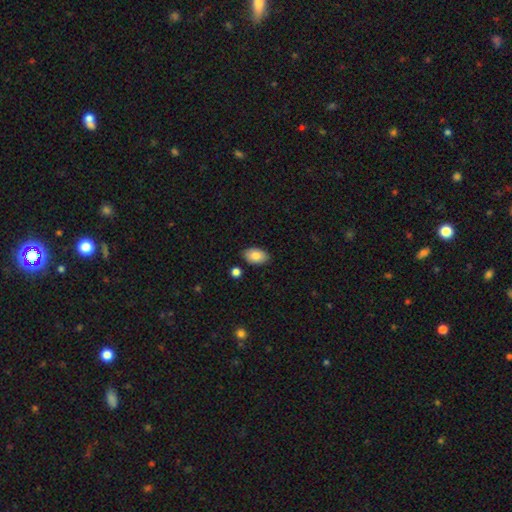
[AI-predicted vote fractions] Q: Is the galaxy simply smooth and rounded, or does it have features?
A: smooth — 83%.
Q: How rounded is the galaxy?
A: in between — 92%.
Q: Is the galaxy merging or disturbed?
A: none — 85%.